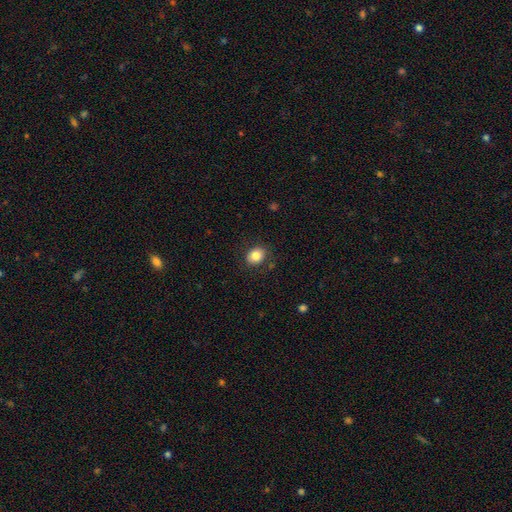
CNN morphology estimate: Overall: smooth (83%). How rounded: in between (51%; round 48%). Merging: none (85%).